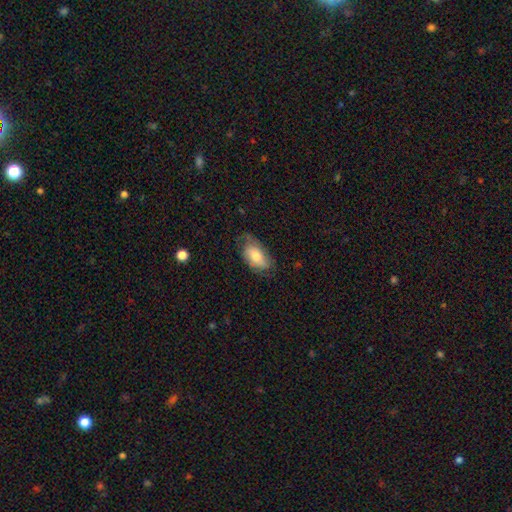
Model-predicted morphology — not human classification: smooth_or_featured: smooth (p=0.67) [alt: featured or disk p=0.26]
how_rounded: in between (p=0.92) [alt: round p=0.05]
merging: none (p=0.54) [alt: minor disturbance p=0.31]